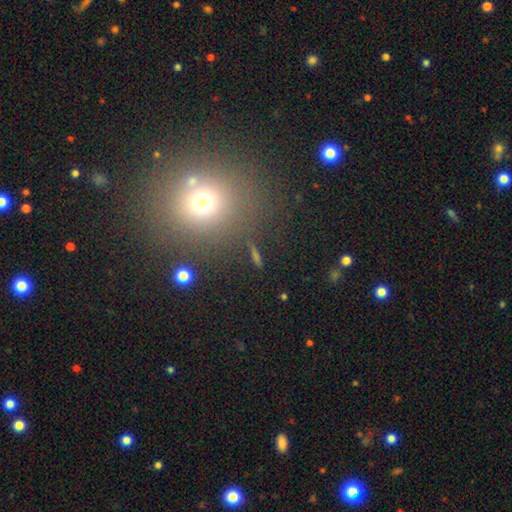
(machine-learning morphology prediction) Overall: smooth (50%; star or artifact 33%). How rounded: round (58%; in between 27%). Merging: none (84%).